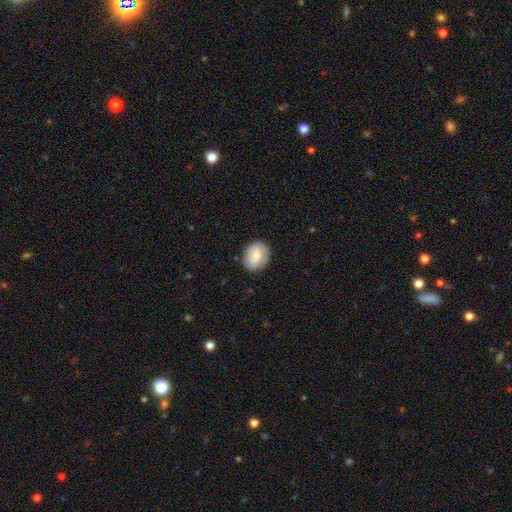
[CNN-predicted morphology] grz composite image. It shows a smooth galaxy with no disk features (68%) that is round (51%). Merging: none (82%).